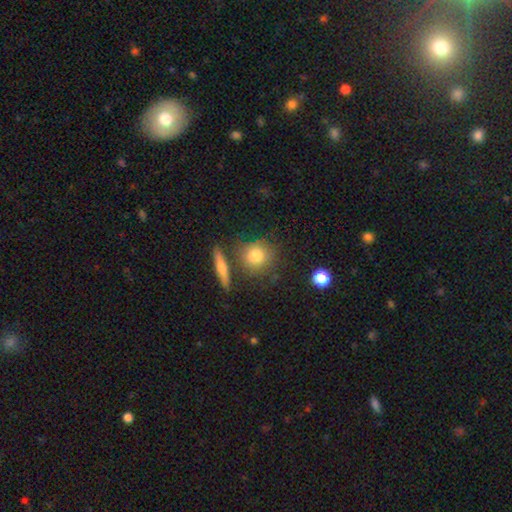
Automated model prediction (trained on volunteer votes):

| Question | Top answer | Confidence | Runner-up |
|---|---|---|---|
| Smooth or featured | smooth | 76% | featured or disk (15%) |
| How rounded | round | 81% | in between (15%) |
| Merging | none | 73% | minor disturbance (12%) |